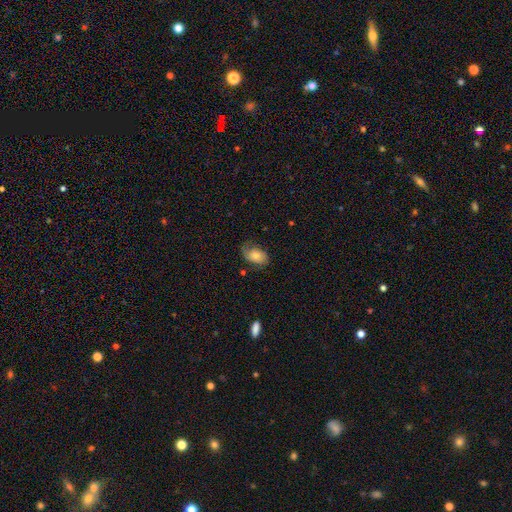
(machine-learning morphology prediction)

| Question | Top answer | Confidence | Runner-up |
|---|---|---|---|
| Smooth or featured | smooth | 52% | featured or disk (40%) |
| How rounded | in between | 83% | round (15%) |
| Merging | none | 57% | minor disturbance (27%) |